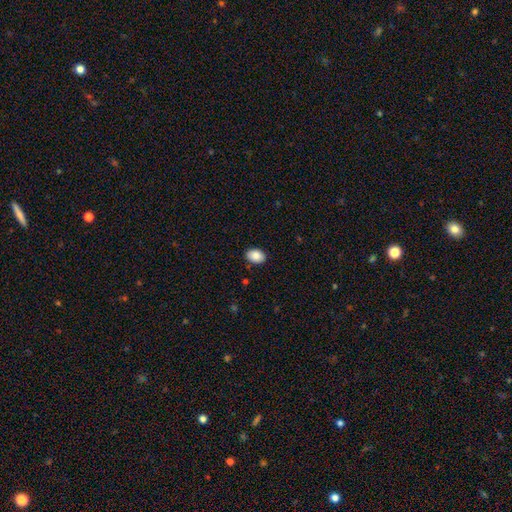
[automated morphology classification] A smooth galaxy with no disk features (88%) that is in between round and cigar-shaped (79%).

Vote fractions:
- Smooth or featured? smooth: 88% / star or artifact: 7% / featured or disk: 5%
- How rounded? in between: 79% / round: 20% / cigar-shaped: 1%
- Merging? none: 87% / minor disturbance: 10% / major disturbance: 2% / merger: 1%